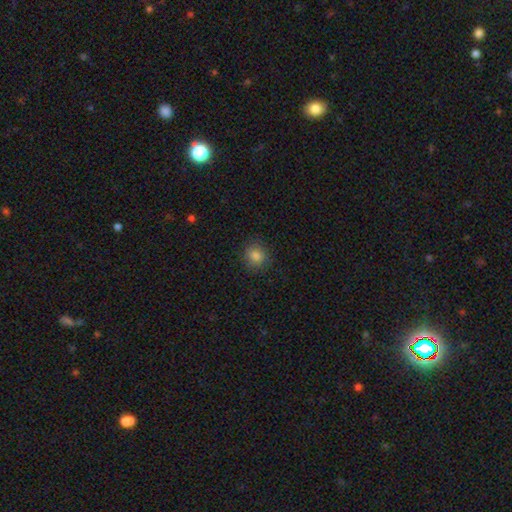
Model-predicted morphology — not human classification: A smooth galaxy with no disk features (83%) that is round (84%).

Vote fractions:
- Smooth or featured? smooth: 83% / star or artifact: 12% / featured or disk: 5%
- How rounded? round: 84% / in between: 16% / cigar-shaped: 1%
- Merging? none: 87% / minor disturbance: 9% / major disturbance: 3% / merger: 1%